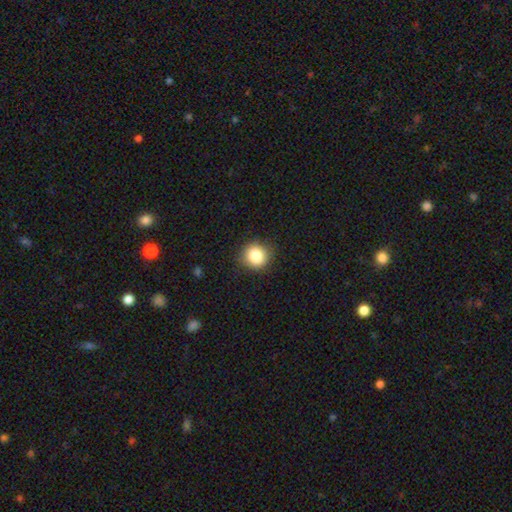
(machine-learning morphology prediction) Overall: smooth (85%). How rounded: round (90%). Merging: none (88%).